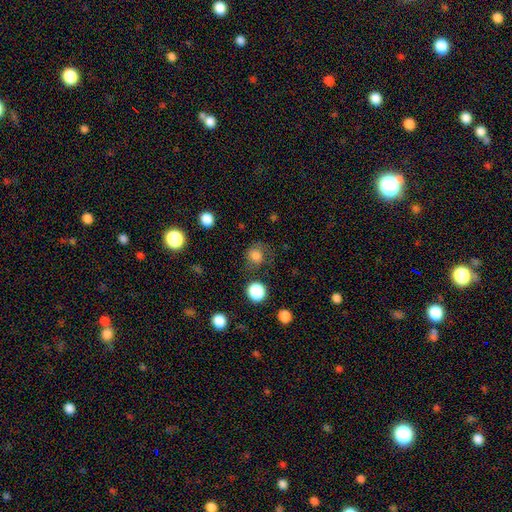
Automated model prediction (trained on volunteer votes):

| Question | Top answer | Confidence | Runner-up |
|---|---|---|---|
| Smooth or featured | smooth | 77% | star or artifact (14%) |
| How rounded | round | 81% | in between (18%) |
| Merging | none | 65% | minor disturbance (19%) |